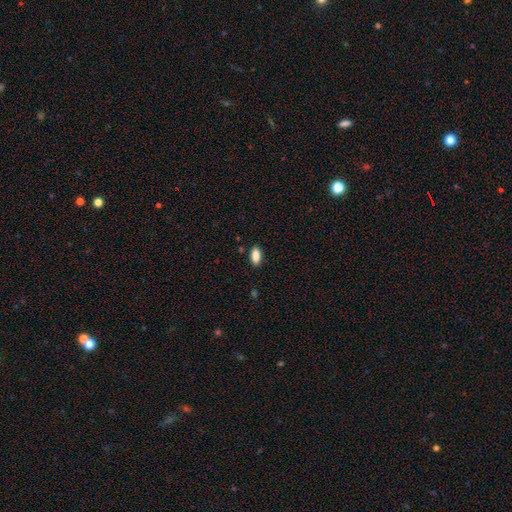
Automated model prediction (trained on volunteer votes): Smooth or featured: smooth — 88% (star or artifact — 8%)
How rounded: in between — 89% (cigar-shaped — 8%)
Merging: none — 88% (minor disturbance — 9%)